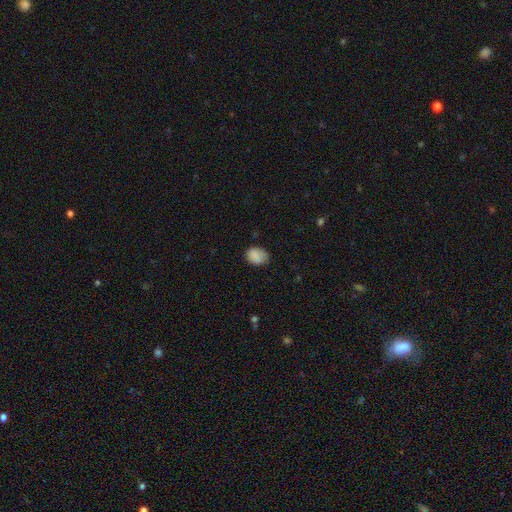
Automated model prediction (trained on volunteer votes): Smooth or featured?
  - smooth: 86% *
  - star or artifact: 8%
  - featured or disk: 6%
How rounded?
  - in between: 68% *
  - round: 31%
  - cigar-shaped: 1%
Merging?
  - none: 71% *
  - minor disturbance: 23%
  - major disturbance: 5%
  - merger: 1%